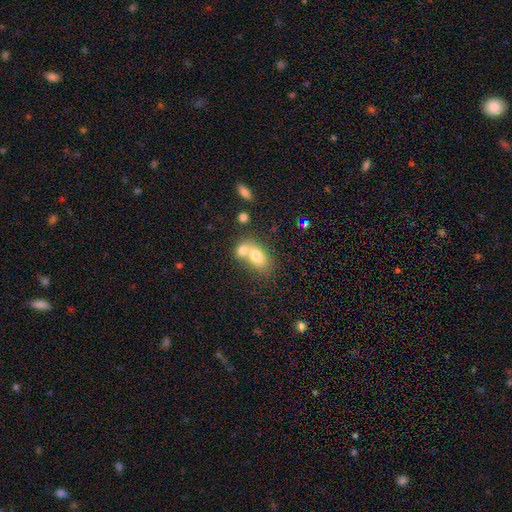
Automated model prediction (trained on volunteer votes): Smooth or featured? Predicted: smooth (p=0.74). How rounded? Predicted: in between (p=0.80). Merging? Predicted: merger (p=0.60).